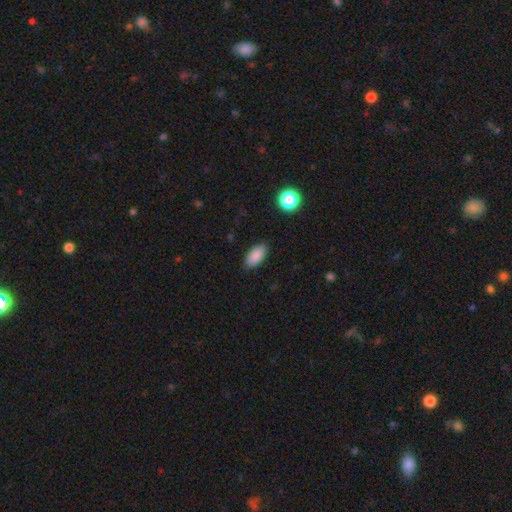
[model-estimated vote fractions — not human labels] Morphology: type=smooth (86%); roundness=in between (92%); merging=none (84%).